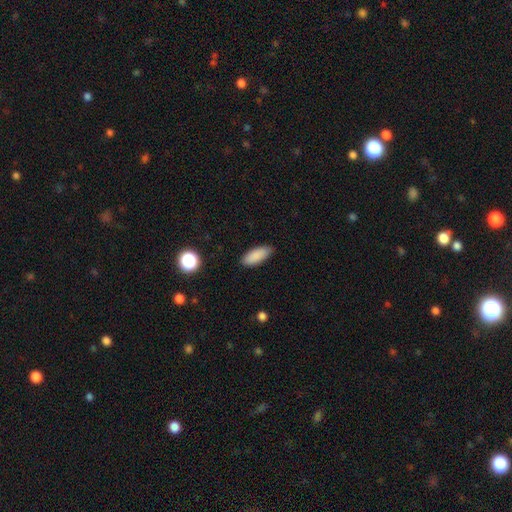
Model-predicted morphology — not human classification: Q: Smooth or featured?
A: smooth (88%); runner-up: star or artifact (7%)
Q: How rounded?
A: in between (77%); runner-up: cigar-shaped (21%)
Q: Merging?
A: none (86%); runner-up: minor disturbance (11%)